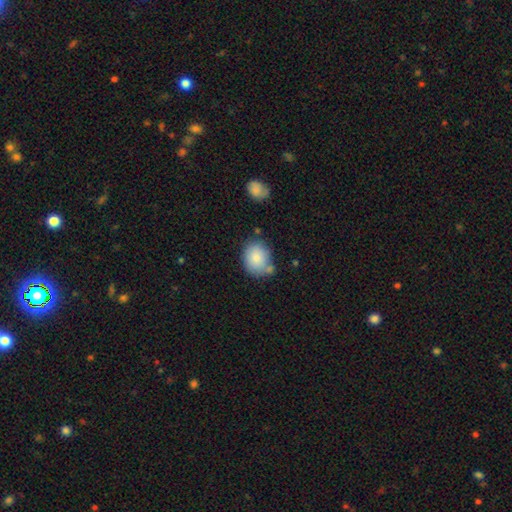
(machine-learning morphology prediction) The model was most divided on "how rounded": round: 58%, in between: 41%, cigar-shaped: 1%. More confident: smooth or featured — smooth (83%); merging — none (62%).